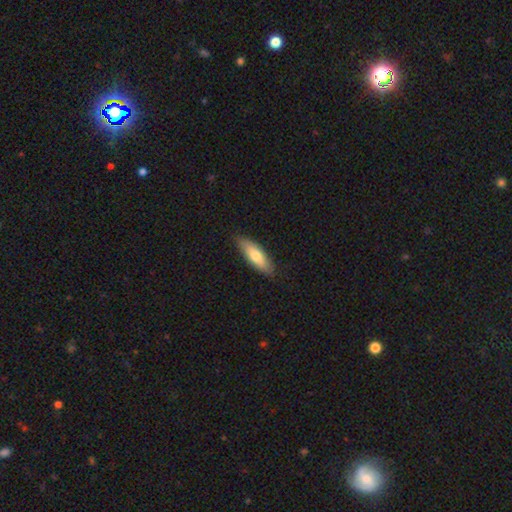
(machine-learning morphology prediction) The model was most divided on "how rounded": in between: 54%, cigar-shaped: 44%, round: 2%. More confident: merging — none (86%); smooth or featured — smooth (72%).